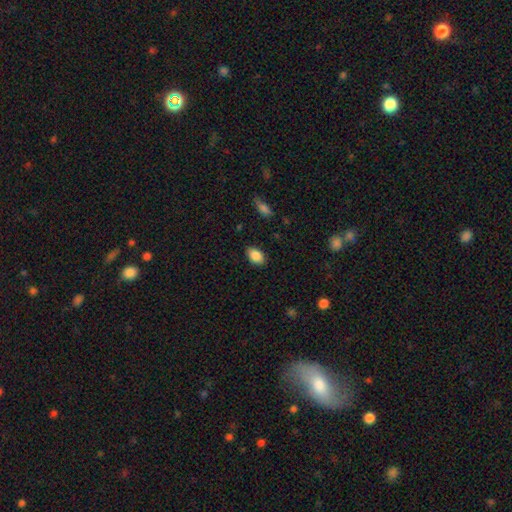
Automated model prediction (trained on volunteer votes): Smooth or featured? Predicted: smooth (p=0.88). How rounded? Predicted: in between (p=0.89). Merging? Predicted: none (p=0.86).